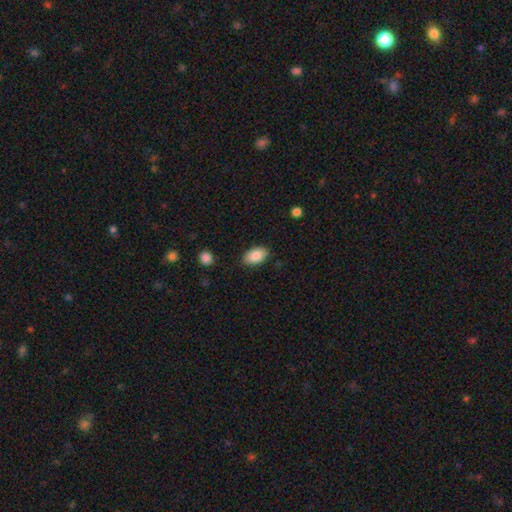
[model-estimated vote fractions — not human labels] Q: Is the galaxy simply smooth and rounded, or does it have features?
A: smooth — 86%.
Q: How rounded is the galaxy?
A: in between — 93%.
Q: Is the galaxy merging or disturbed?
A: none — 84%.